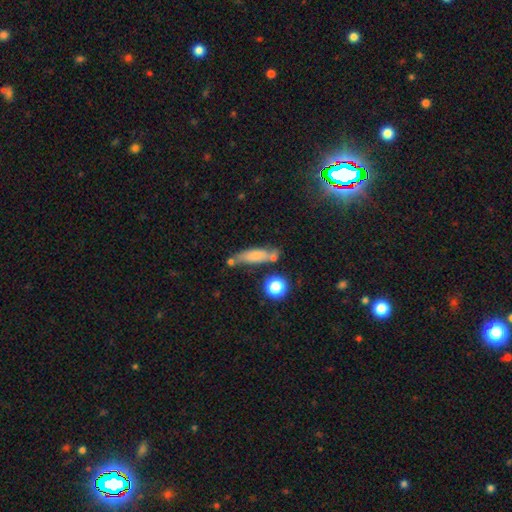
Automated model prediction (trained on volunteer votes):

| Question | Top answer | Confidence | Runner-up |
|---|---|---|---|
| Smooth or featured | smooth | 70% | featured or disk (20%) |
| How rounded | cigar-shaped | 54% | in between (41%) |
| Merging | none | 54% | minor disturbance (21%) |